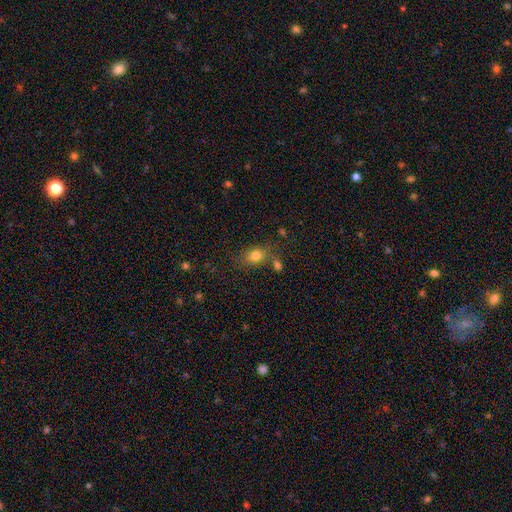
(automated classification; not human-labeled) smooth_or_featured: smooth (p=0.80) [alt: star or artifact p=0.12]
how_rounded: in between (p=0.61) [alt: round p=0.37]
merging: none (p=0.65) [alt: minor disturbance p=0.16]